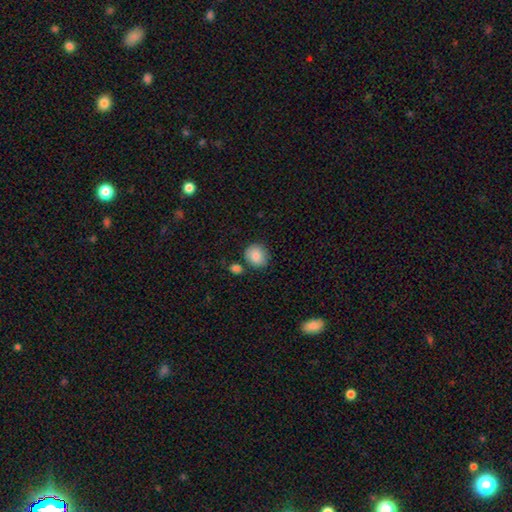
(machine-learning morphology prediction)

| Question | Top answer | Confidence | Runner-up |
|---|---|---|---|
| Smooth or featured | smooth | 87% | star or artifact (8%) |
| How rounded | round | 75% | in between (24%) |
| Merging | none | 75% | minor disturbance (14%) |